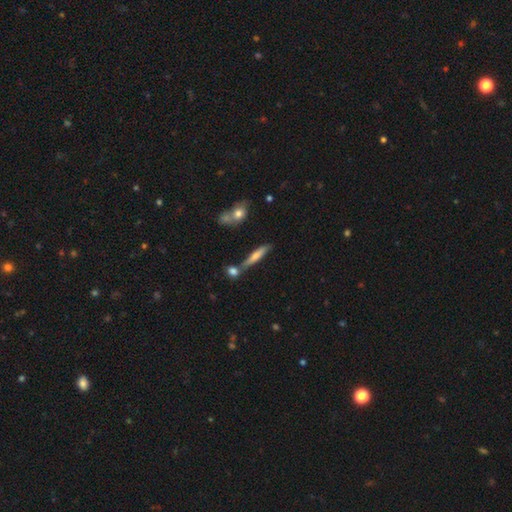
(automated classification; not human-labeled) smooth-or-featured: smooth: 47% | featured or disk: 44% | star or artifact: 9%
  merging: none: 68% | merger: 16% | minor disturbance: 13% | major disturbance: 4%